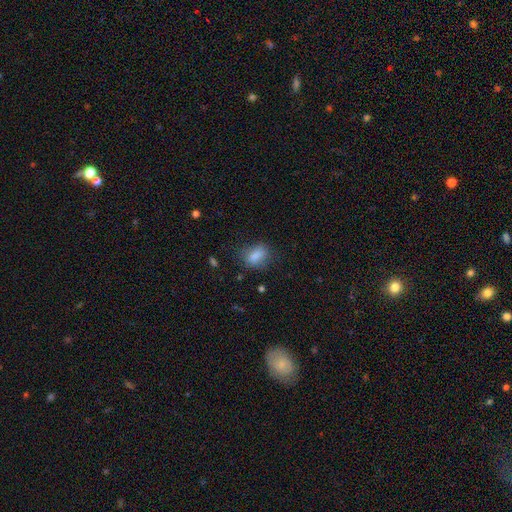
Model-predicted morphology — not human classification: This is clearly a smooth galaxy (81%). How rounded: likely in between (78%). Merging: likely none (68%).